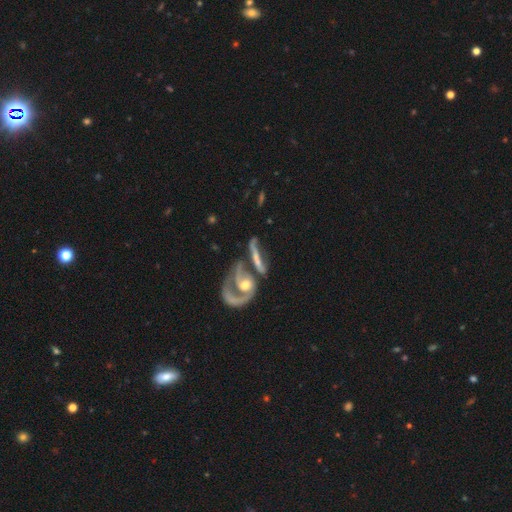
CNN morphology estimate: smooth_or_featured: featured or disk (p=0.71) [alt: smooth p=0.21]
disk_edge_on: no (p=0.81) [alt: yes p=0.19]
bar: no (p=0.59) [alt: weak p=0.26]
has_spiral_arms: yes (p=0.73) [alt: no p=0.27]
bulge_size: moderate (p=0.53) [alt: small p=0.28]
merging: merger (p=0.46) [alt: none p=0.25]